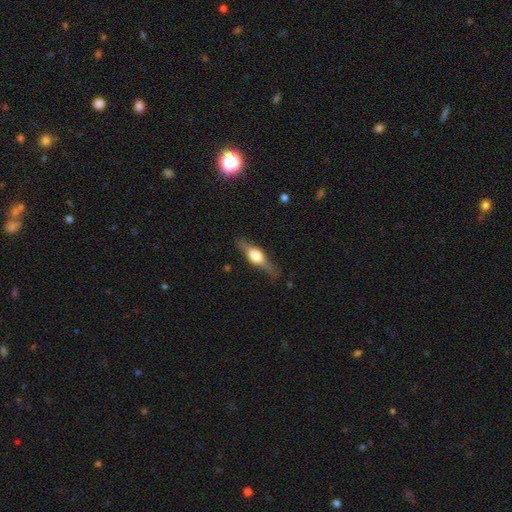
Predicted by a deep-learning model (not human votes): A featured or disk galaxy (63%) viewed edge-on (94%) with a rounded central bulge (91%). Merging: none (80%).